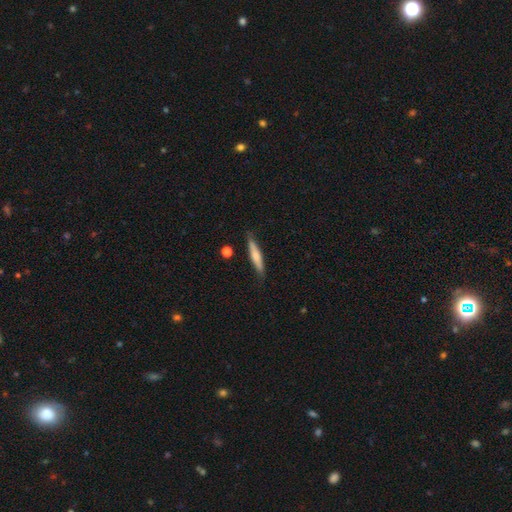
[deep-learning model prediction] smooth 61%, featured or disk 33%, star or artifact 6%. Down the decision tree: how rounded — cigar-shaped (90%); merging — none (84%).